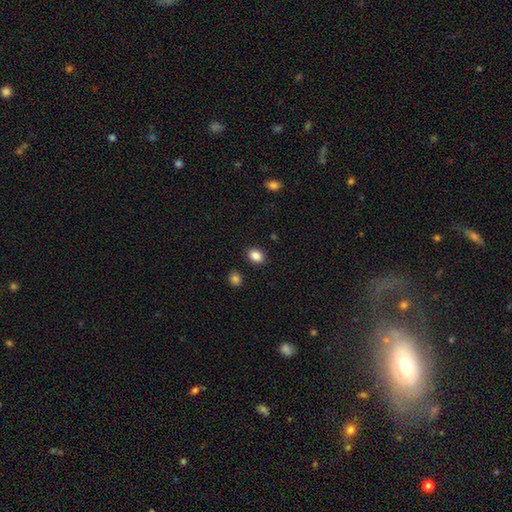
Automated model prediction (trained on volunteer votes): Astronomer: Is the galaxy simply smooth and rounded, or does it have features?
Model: smooth — 87%.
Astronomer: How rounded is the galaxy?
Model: in between — 63%.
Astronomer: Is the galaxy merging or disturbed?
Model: none — 87%.